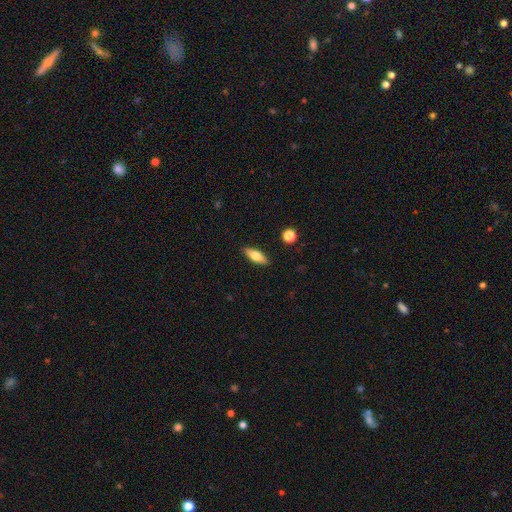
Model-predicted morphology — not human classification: Smooth or featured? Predicted: smooth (p=0.66). How rounded? Predicted: in between (p=0.65). Merging? Predicted: none (p=0.88).